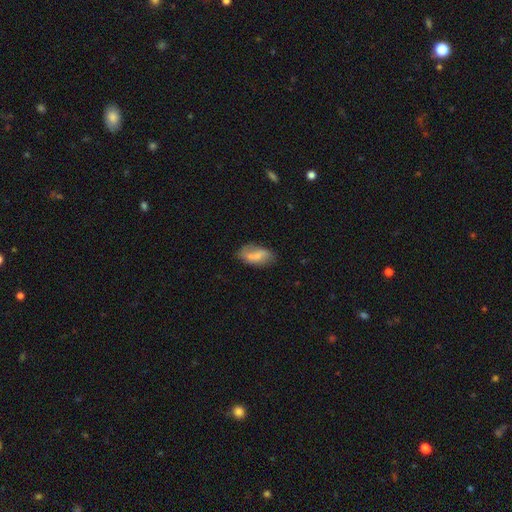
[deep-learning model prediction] Smooth or featured? Predicted: smooth (p=0.58). How rounded? Predicted: in between (p=0.91). Merging? Predicted: none (p=0.55).